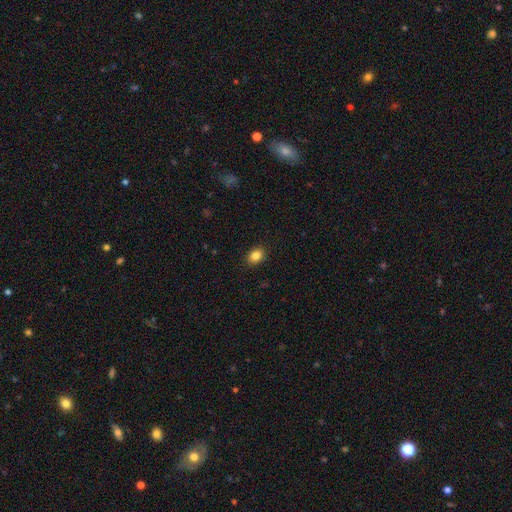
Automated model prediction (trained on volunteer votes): smooth 86%, star or artifact 9%, featured or disk 5%. Down the decision tree: how rounded — in between (59%); merging — none (90%).